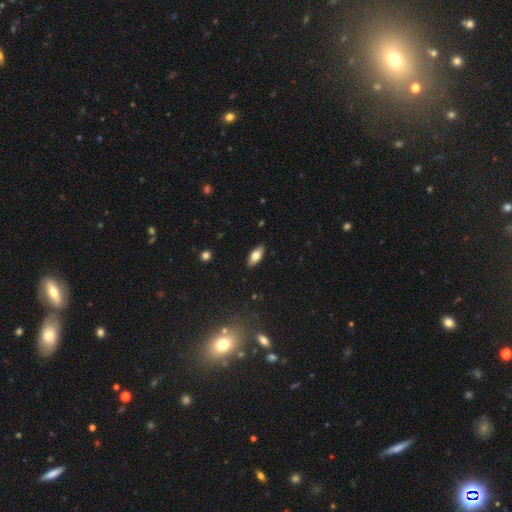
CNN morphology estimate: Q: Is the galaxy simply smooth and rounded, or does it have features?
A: smooth — 71%.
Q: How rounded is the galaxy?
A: in between — 84%.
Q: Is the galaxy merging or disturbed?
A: none — 89%.